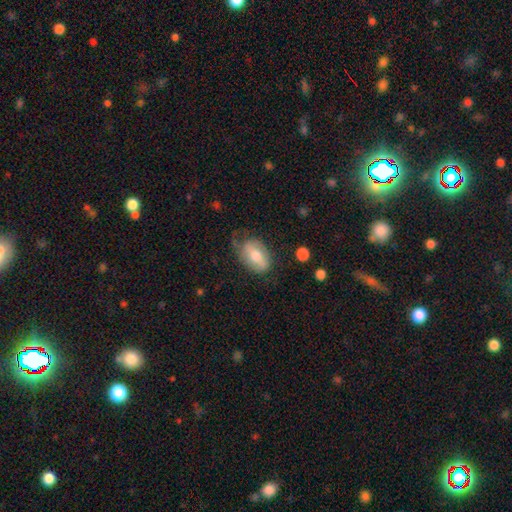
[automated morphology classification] A smooth galaxy with no disk features (57%) that is in between round and cigar-shaped (86%).

Vote fractions:
- Smooth or featured? smooth: 57% / featured or disk: 36% / star or artifact: 7%
- How rounded? in between: 86% / round: 12% / cigar-shaped: 2%
- Merging? none: 54% / minor disturbance: 30% / major disturbance: 13% / merger: 2%